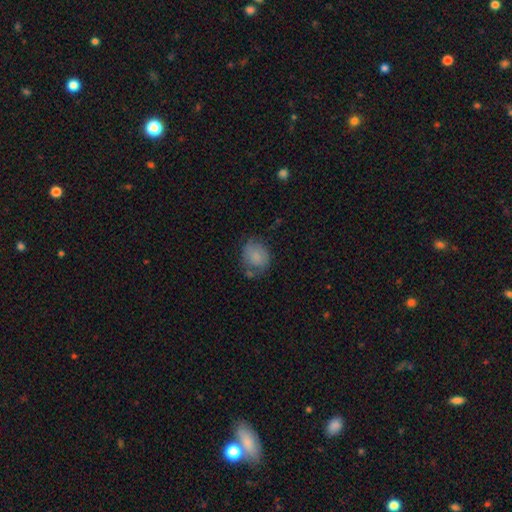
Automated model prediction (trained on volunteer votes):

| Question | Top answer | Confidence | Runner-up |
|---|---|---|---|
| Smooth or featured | smooth | 78% | featured or disk (14%) |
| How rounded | round | 63% | in between (36%) |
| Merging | none | 56% | minor disturbance (27%) |